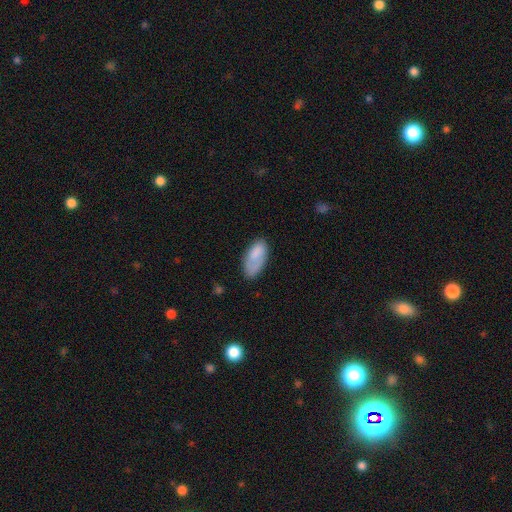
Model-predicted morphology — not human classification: Smooth or featured: smooth — 78% (featured or disk — 15%)
How rounded: in between — 92% (cigar-shaped — 6%)
Merging: none — 61% (minor disturbance — 26%)